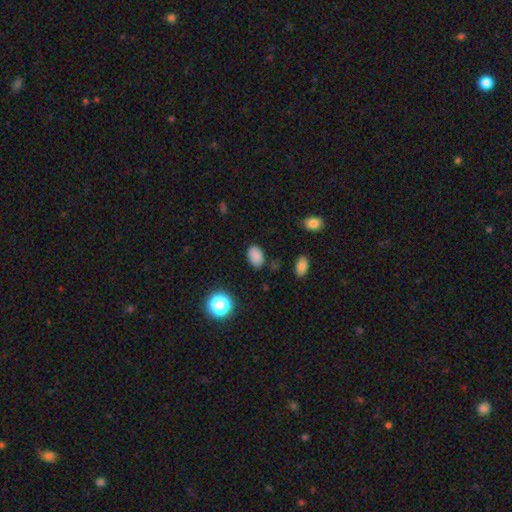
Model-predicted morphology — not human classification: smooth_or_featured: smooth (p=0.83) [alt: star or artifact p=0.12]
how_rounded: in between (p=0.85) [alt: round p=0.14]
merging: none (p=0.83) [alt: minor disturbance p=0.12]